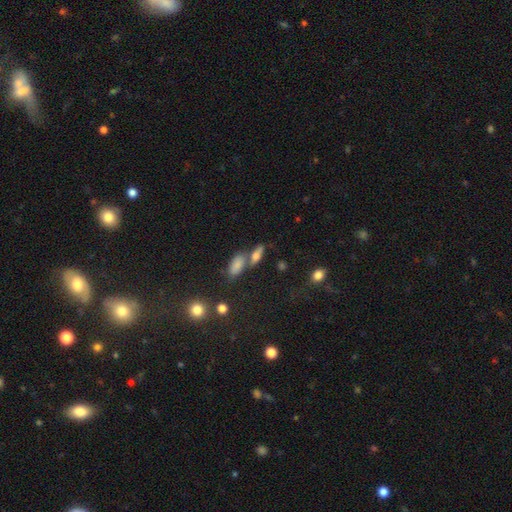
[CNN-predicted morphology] Smooth or featured?
  - smooth: 60% *
  - featured or disk: 27%
  - star or artifact: 14%
How rounded?
  - in between: 64% *
  - cigar-shaped: 29%
  - round: 7%
Merging?
  - none: 51% *
  - merger: 31%
  - minor disturbance: 12%
  - major disturbance: 5%